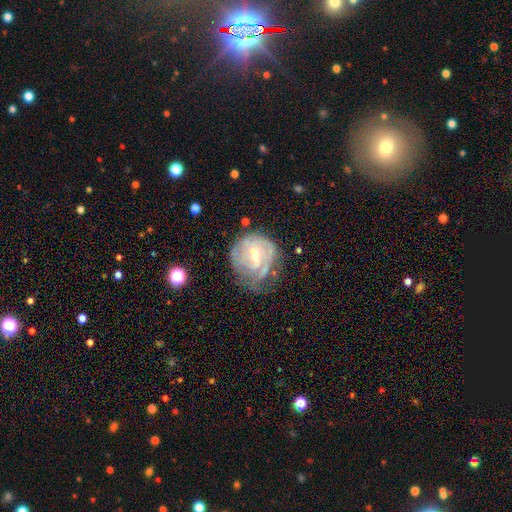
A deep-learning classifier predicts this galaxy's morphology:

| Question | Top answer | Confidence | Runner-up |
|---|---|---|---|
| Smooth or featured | featured or disk | 74% | smooth (18%) |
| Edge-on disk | no | 97% | yes (3%) |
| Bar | weak | 52% | no (28%) |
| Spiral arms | yes | 75% | no (25%) |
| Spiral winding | tight | 60% | medium (28%) |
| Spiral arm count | can't tell | 47% | 2 (26%) |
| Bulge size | small | 49% | moderate (46%) |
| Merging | none | 43% | minor disturbance (28%) |